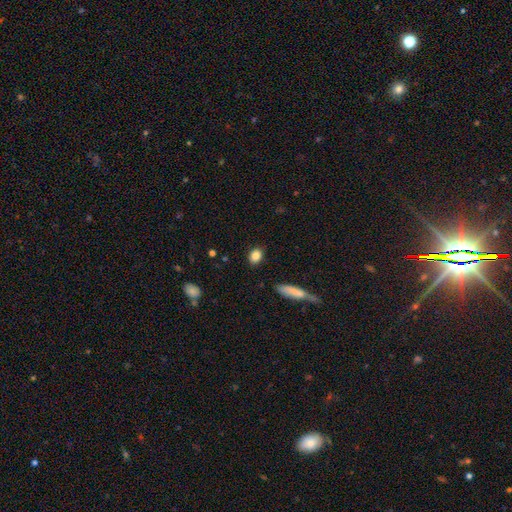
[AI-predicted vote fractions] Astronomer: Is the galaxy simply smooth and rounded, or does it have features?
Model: smooth — 85%.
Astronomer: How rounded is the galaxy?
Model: in between — 57% (runner-up: round, 39%).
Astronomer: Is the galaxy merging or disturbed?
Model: none — 87%.